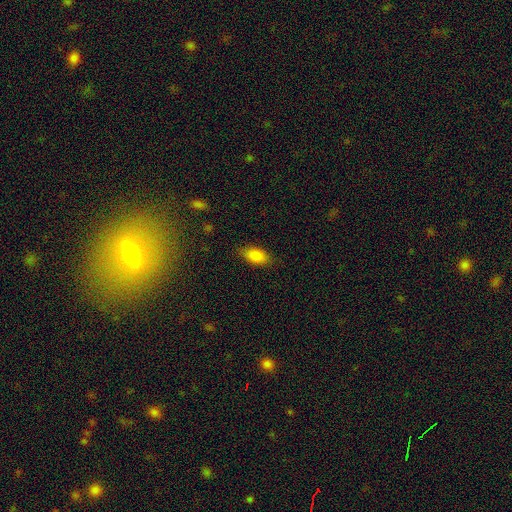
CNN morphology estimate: A smooth galaxy with no disk features (84%) that is in between round and cigar-shaped (91%). Merging: none (83%).